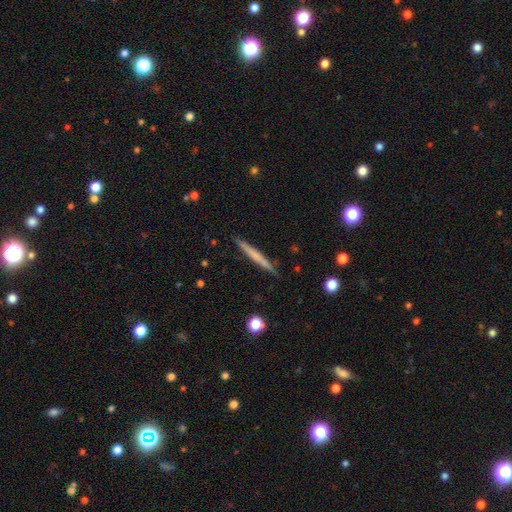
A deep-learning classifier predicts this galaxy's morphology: smooth 54%, featured or disk 40%, star or artifact 6%. Down the decision tree: how rounded — cigar-shaped (97%); merging — none (90%).